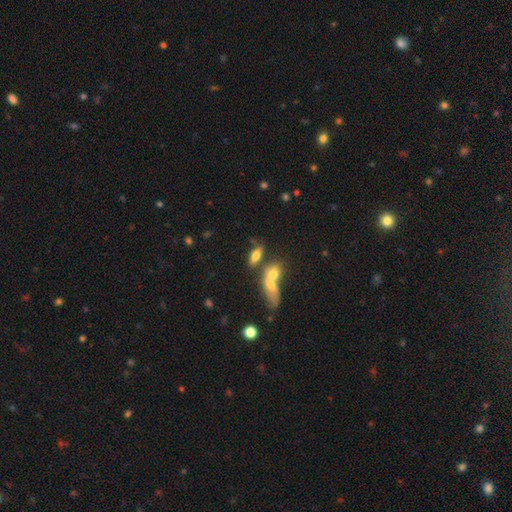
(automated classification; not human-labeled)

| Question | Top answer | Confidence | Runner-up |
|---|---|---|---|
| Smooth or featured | smooth | 68% | featured or disk (22%) |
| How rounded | in between | 72% | cigar-shaped (23%) |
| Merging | none | 44% | merger (39%) |